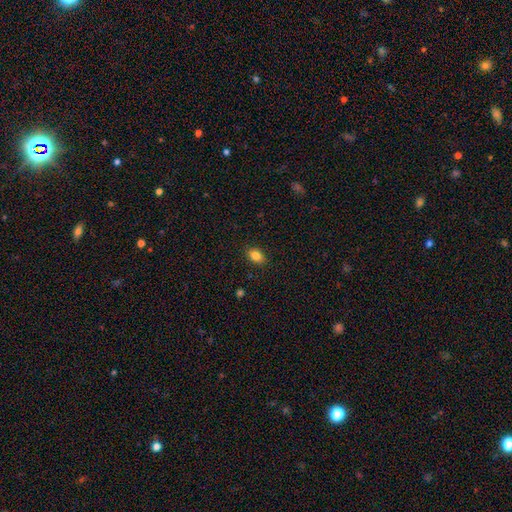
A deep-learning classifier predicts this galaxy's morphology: type=smooth (85%); roundness=in between (77%); merging=none (88%).